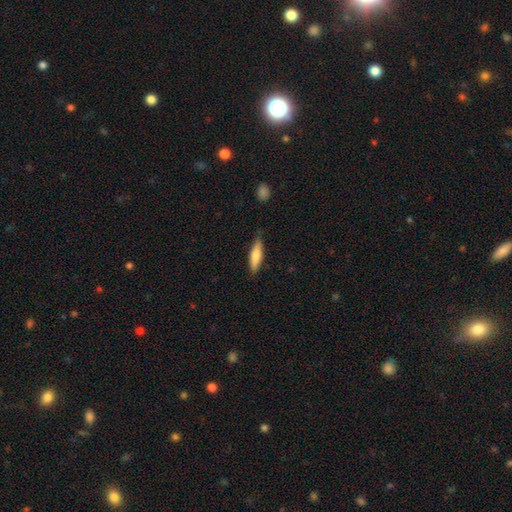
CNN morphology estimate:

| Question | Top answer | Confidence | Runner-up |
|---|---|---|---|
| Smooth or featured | smooth | 74% | featured or disk (20%) |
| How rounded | cigar-shaped | 69% | in between (29%) |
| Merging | none | 80% | minor disturbance (16%) |